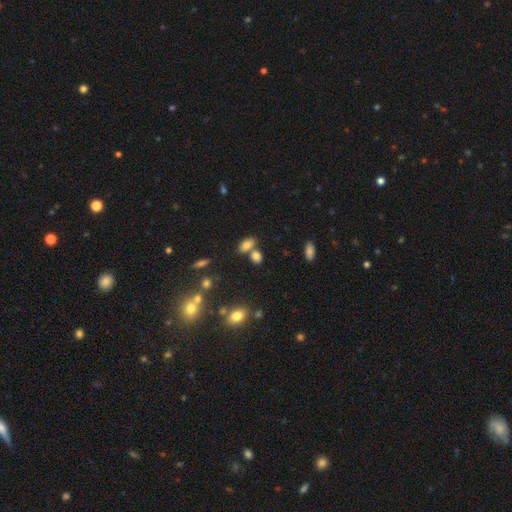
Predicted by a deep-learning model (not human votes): Smooth or featured? smooth (77%)
How rounded? in between (71%)
Merging? none (51%)